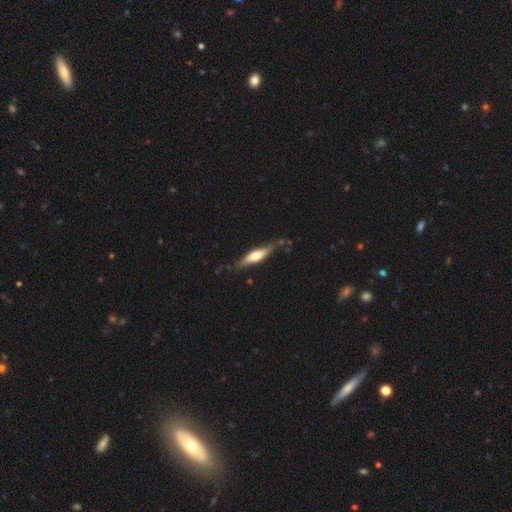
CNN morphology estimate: This is possibly a featured or disk galaxy (49%). Merging: likely none (72%).